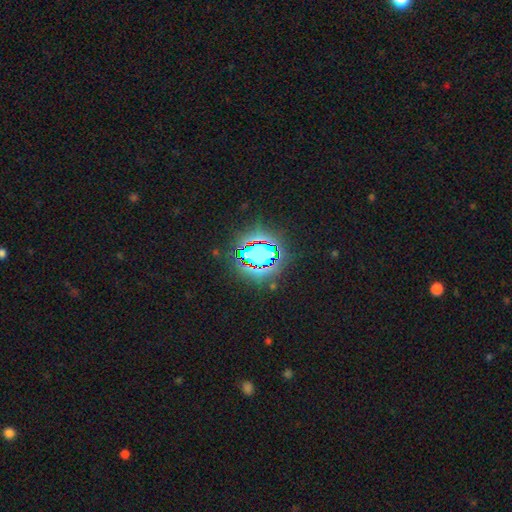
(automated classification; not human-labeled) Morphology: type=star or artifact (83%).